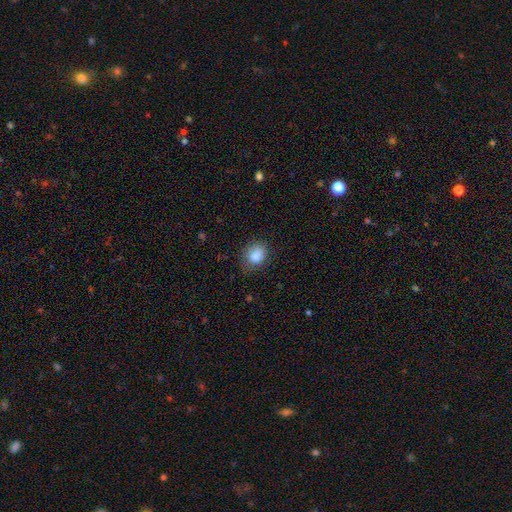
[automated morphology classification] smooth-or-featured: smooth: 85% | star or artifact: 9% | featured or disk: 6%
  how-rounded: in between: 50% | round: 49% | cigar-shaped: 1%
  merging: none: 71% | minor disturbance: 22% | major disturbance: 6% | merger: 1%